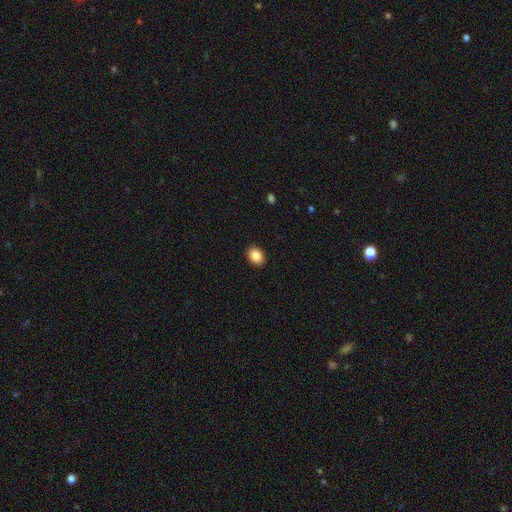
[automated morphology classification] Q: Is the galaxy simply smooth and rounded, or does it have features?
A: smooth — 86%.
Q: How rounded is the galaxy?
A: in between — 58%.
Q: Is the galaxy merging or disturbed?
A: none — 91%.